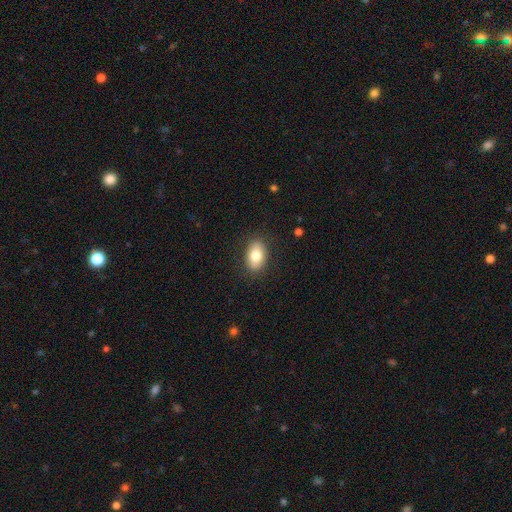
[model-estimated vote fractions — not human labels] Smooth or featured: smooth — 80% (featured or disk — 12%)
How rounded: in between — 88% (round — 11%)
Merging: none — 86% (minor disturbance — 10%)